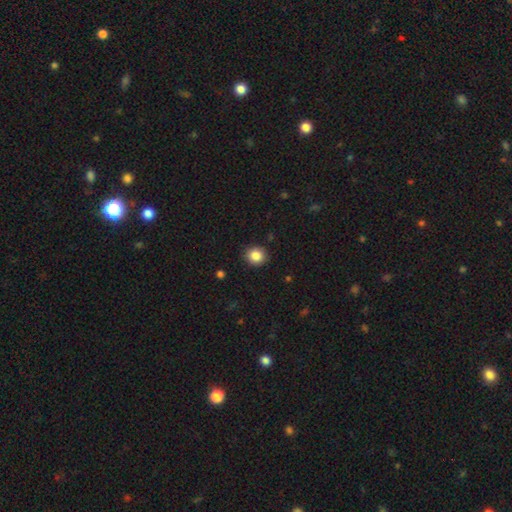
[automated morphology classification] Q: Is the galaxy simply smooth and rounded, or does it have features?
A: smooth — 86%.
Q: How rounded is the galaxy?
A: round — 85%.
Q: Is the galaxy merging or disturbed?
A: none — 90%.